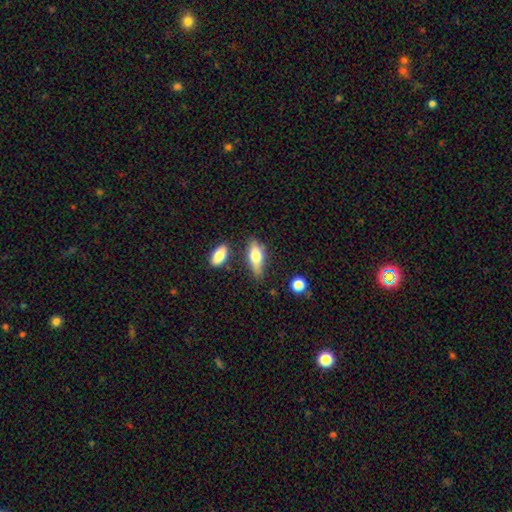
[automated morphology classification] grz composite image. It shows a smooth galaxy with no disk features (66%) that is in between round and cigar-shaped (67%). Merging: none (66%).